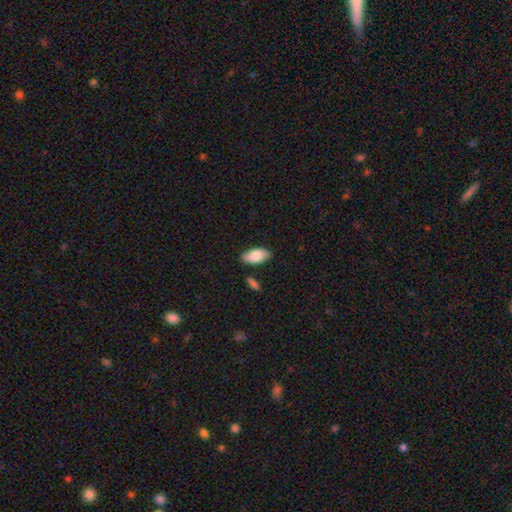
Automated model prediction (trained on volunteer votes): Smooth or featured: smooth — 80% (featured or disk — 14%)
How rounded: in between — 93% (cigar-shaped — 4%)
Merging: none — 82% (minor disturbance — 12%)